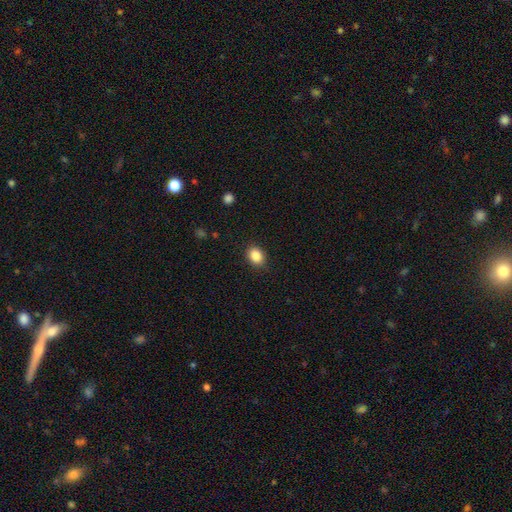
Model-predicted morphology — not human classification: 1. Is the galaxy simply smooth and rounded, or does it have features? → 87% smooth, 9% star or artifact, 4% featured or disk.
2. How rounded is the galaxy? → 55% in between, 44% round, 1% cigar-shaped.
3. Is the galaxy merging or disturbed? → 88% none, 8% minor disturbance, 2% major disturbance, 1% merger.